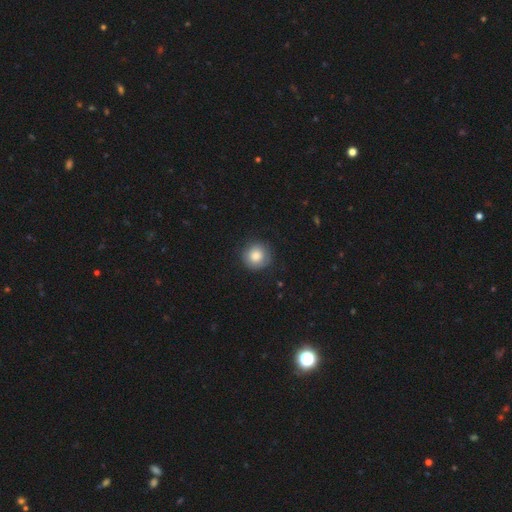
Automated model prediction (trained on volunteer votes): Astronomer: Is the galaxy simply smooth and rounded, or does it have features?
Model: smooth — 83%.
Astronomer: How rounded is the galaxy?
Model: round — 94%.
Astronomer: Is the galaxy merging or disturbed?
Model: none — 84%.